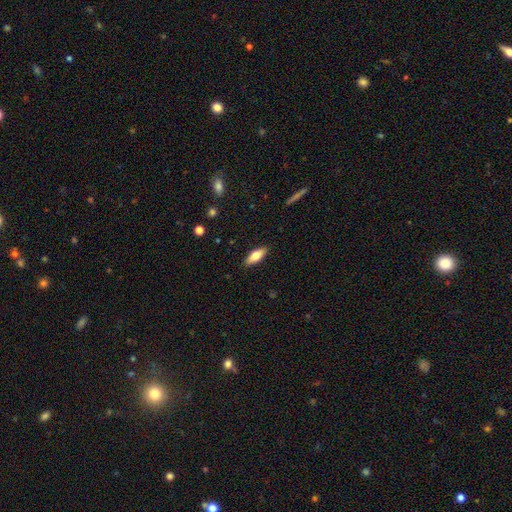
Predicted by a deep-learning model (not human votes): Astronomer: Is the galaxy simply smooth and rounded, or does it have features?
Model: smooth — 69%.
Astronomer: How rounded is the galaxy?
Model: in between — 71%.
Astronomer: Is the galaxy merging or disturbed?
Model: none — 89%.